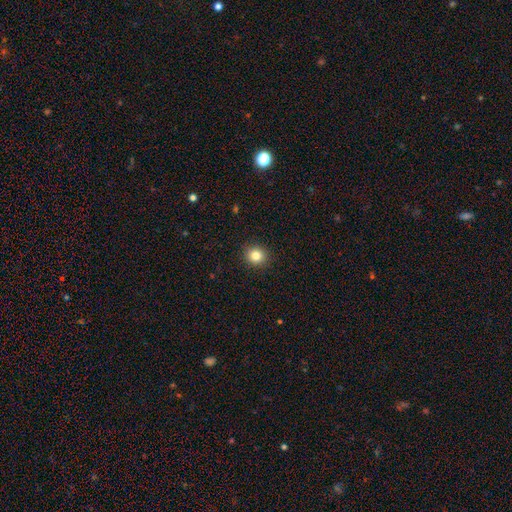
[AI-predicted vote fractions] Smooth or featured? Predicted: smooth (p=0.83). How rounded? Predicted: round (p=0.85). Merging? Predicted: none (p=0.92).